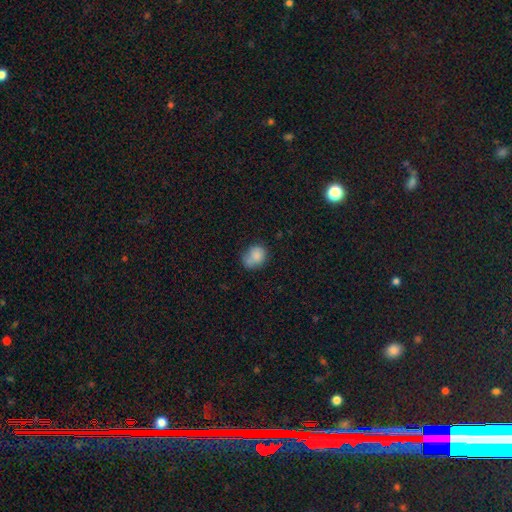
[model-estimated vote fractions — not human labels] Morphology: type=smooth (80%); roundness=round (52%); merging=none (48%).